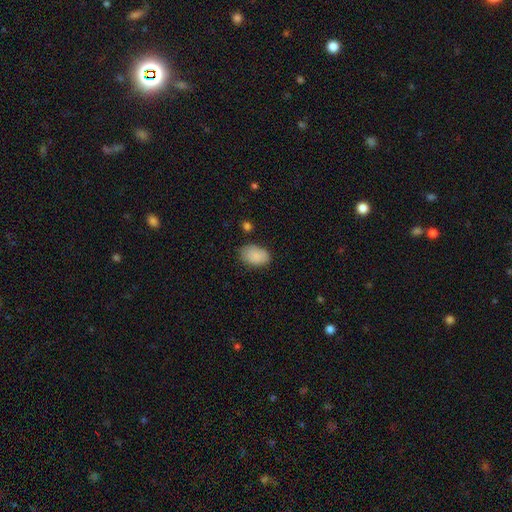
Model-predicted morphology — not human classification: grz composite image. It shows a smooth galaxy with no disk features (89%) that is in between round and cigar-shaped (89%). Merging: none (77%).